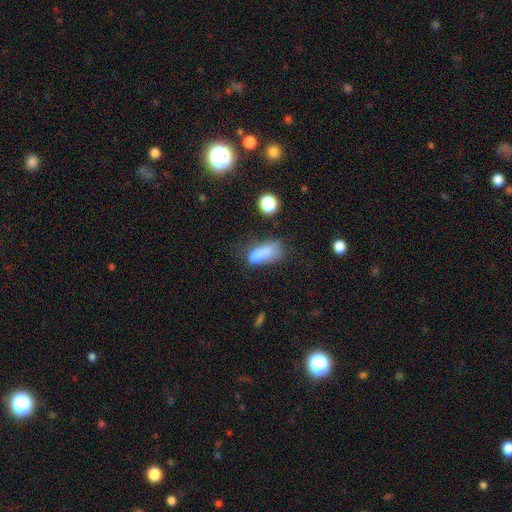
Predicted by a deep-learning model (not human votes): Smooth or featured? smooth (63%)
How rounded? in between (65%)
Merging? none (59%)